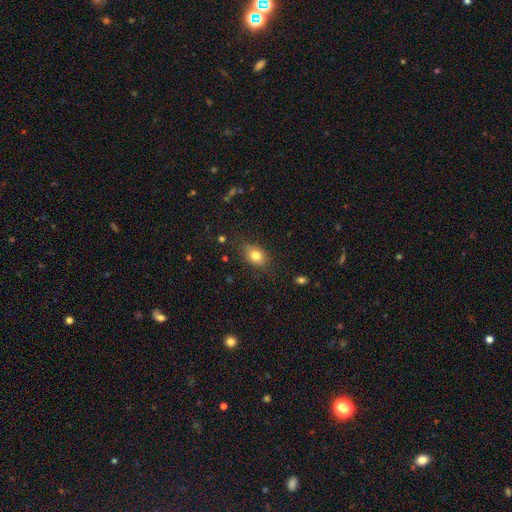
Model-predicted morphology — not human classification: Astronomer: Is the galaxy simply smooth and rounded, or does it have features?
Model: smooth — 79%.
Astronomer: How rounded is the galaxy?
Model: in between — 72%.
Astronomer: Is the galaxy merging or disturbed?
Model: none — 80%.